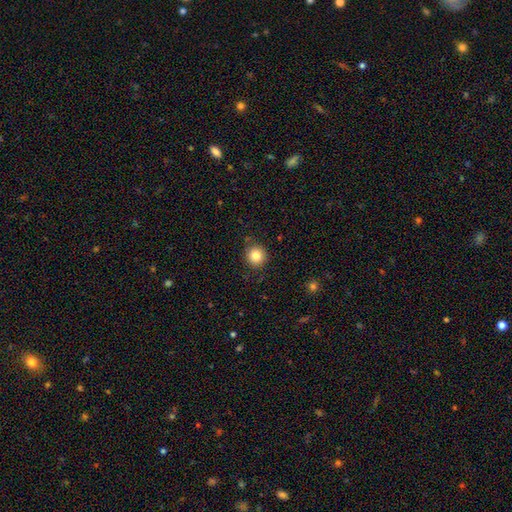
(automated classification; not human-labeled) Smooth or featured? Predicted: smooth (p=0.83). How rounded? Predicted: round (p=0.93). Merging? Predicted: none (p=0.88).